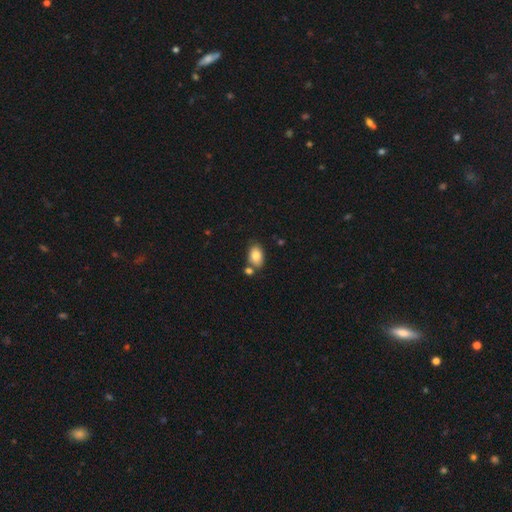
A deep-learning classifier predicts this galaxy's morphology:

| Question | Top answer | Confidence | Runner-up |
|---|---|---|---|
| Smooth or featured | smooth | 82% | featured or disk (10%) |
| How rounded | in between | 87% | round (12%) |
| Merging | none | 67% | merger (16%) |